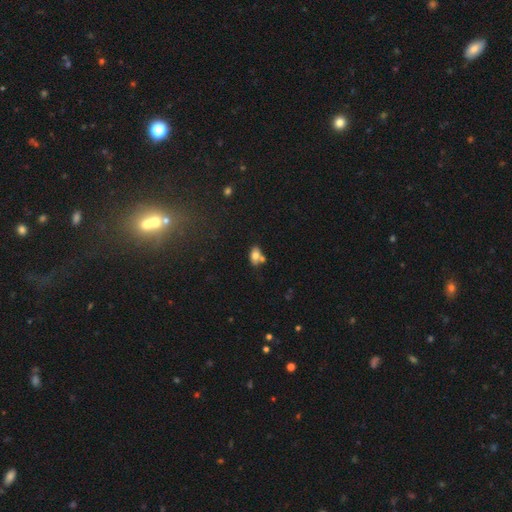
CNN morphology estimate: A smooth galaxy with no disk features (74%) that is in between round and cigar-shaped (85%).

Vote fractions:
- Smooth or featured? smooth: 74% / featured or disk: 16% / star or artifact: 10%
- How rounded? in between: 85% / round: 12% / cigar-shaped: 3%
- Merging? none: 45% / merger: 36% / minor disturbance: 15% / major disturbance: 5%